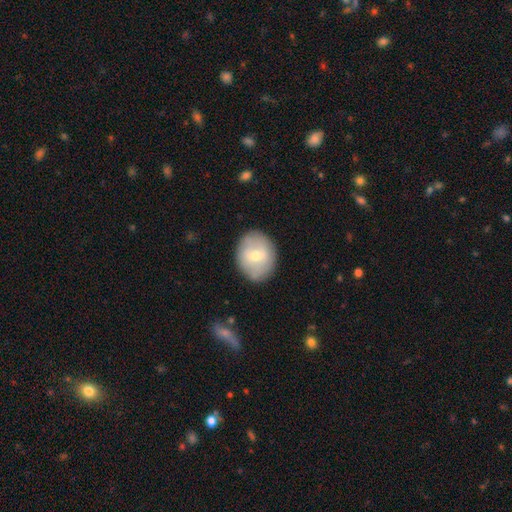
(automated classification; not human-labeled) This appears to be a smooth galaxy with no disk features (58%) that is round (56%). Merging: none (84%).